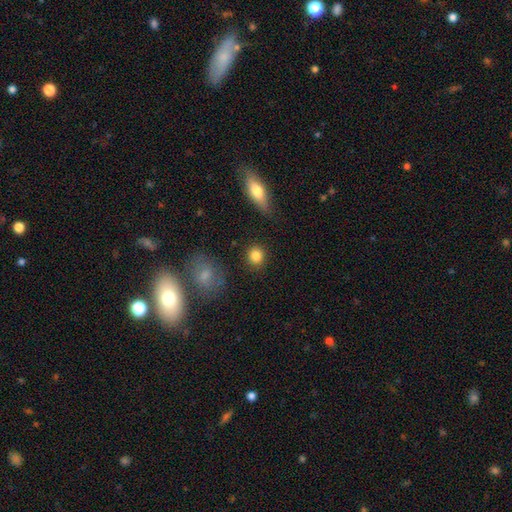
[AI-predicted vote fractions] Smooth or featured? smooth (85%)
How rounded? round (86%)
Merging? none (88%)